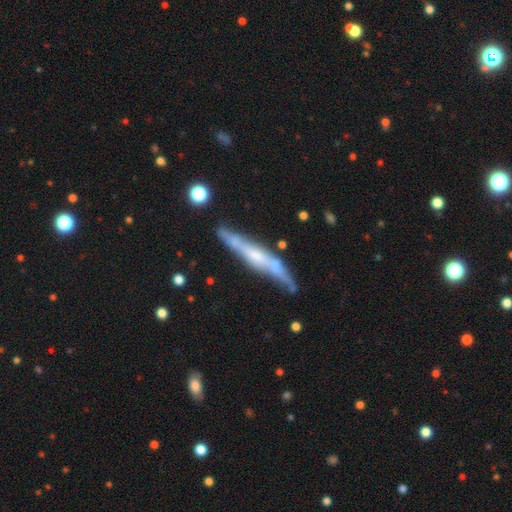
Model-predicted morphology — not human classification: Smooth or featured? Predicted: featured or disk (p=0.71). Edge-on disk? Predicted: yes (p=0.83). Edge-on bulge? Predicted: rounded (p=0.49). Merging? Predicted: none (p=0.74).